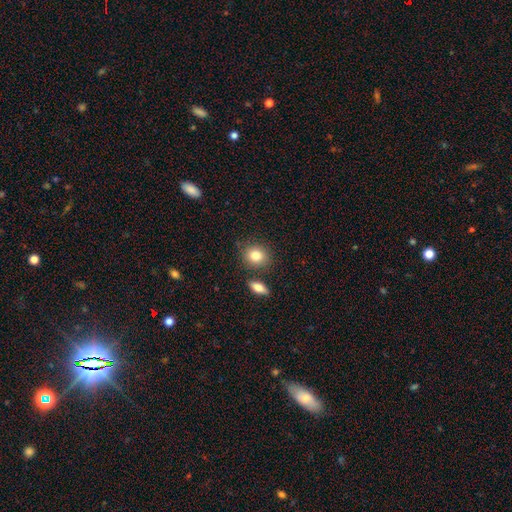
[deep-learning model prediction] Smooth or featured?
  - smooth: 83% *
  - featured or disk: 9%
  - star or artifact: 8%
How rounded?
  - round: 66% *
  - in between: 32%
  - cigar-shaped: 1%
Merging?
  - none: 76% *
  - merger: 11%
  - minor disturbance: 11%
  - major disturbance: 3%